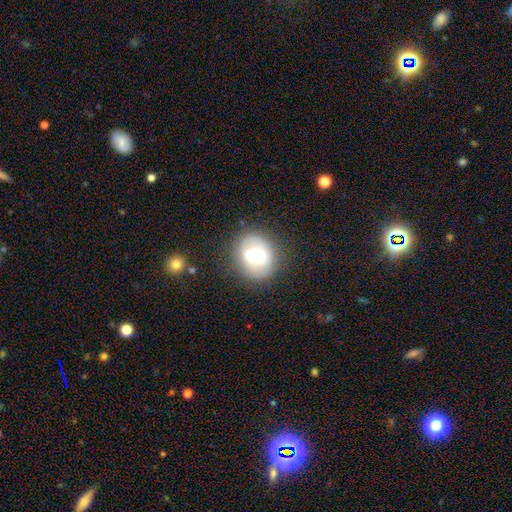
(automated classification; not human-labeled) Smooth or featured?
  - smooth: 52% *
  - featured or disk: 39%
  - star or artifact: 9%
How rounded?
  - round: 71% *
  - in between: 28%
  - cigar-shaped: 1%
Merging?
  - none: 74% *
  - minor disturbance: 16%
  - major disturbance: 8%
  - merger: 2%